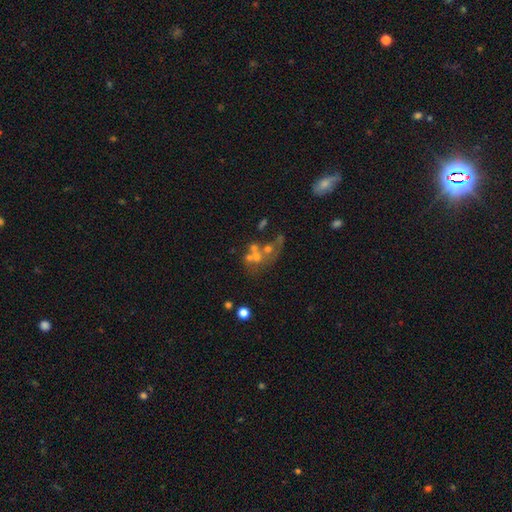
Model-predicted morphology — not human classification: Smooth or featured?
  - featured or disk: 44% *
  - smooth: 36%
  - star or artifact: 20%
Merging?
  - merger: 49% *
  - none: 26%
  - major disturbance: 15%
  - minor disturbance: 10%